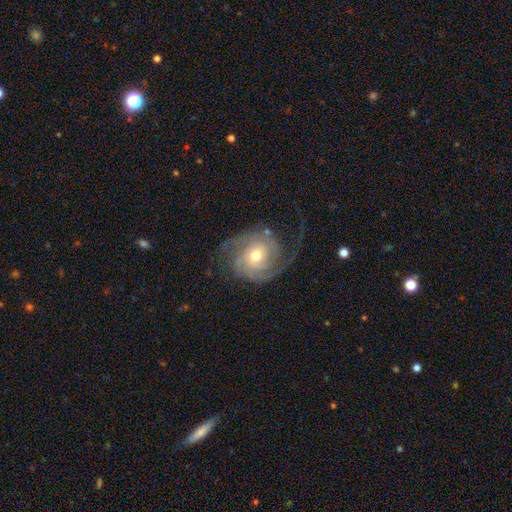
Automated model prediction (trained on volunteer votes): smooth-or-featured: featured or disk: 87% | smooth: 8% | star or artifact: 5%
  disk-edge-on: no: 97% | yes: 3%
    bar: no: 68% | weak: 26% | strong: 7%
    has-spiral-arms: yes: 97% | no: 3%
      spiral-winding: tight: 46% | medium: 36% | loose: 18%
      spiral-arm-count: 2: 58% | 3: 14% | can't tell: 13% | 1: 6% | 4: 5% | more than 4: 4%
    bulge-size: moderate: 64% | small: 30% | large: 4% | dominant: 1% | none: 1%
  merging: none: 62% | major disturbance: 19% | minor disturbance: 17% | merger: 2%